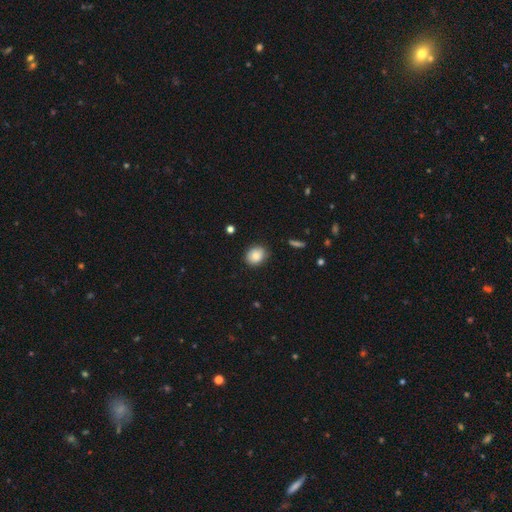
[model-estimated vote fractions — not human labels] A smooth galaxy with no disk features (84%) that is round (57%). Merging: none (85%).